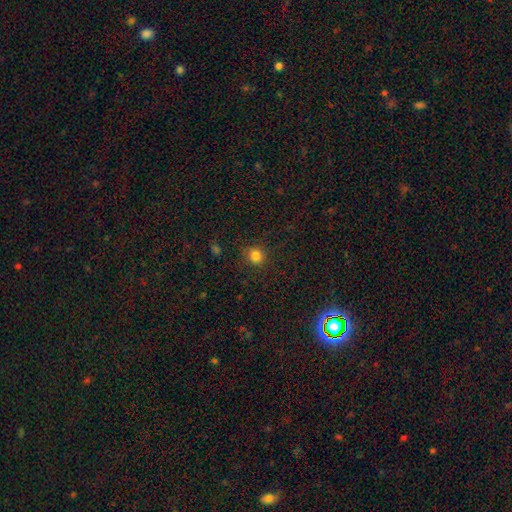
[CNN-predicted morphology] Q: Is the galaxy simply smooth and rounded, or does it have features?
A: smooth — 82%.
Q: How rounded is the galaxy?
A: round — 90%.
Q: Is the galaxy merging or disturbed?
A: none — 87%.